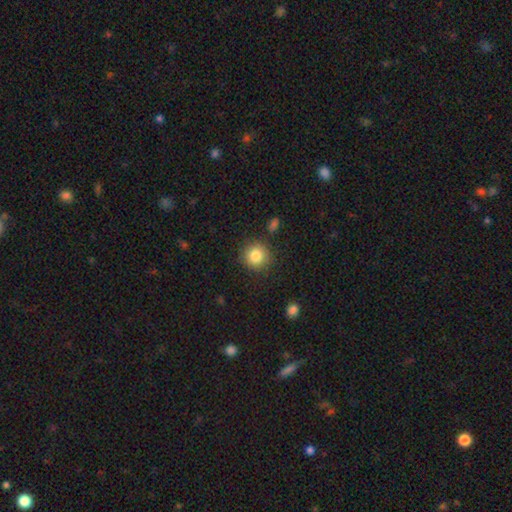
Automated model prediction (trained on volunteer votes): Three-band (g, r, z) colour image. It shows a smooth galaxy with no disk features (84%) that is round (92%). Merging: none (87%).